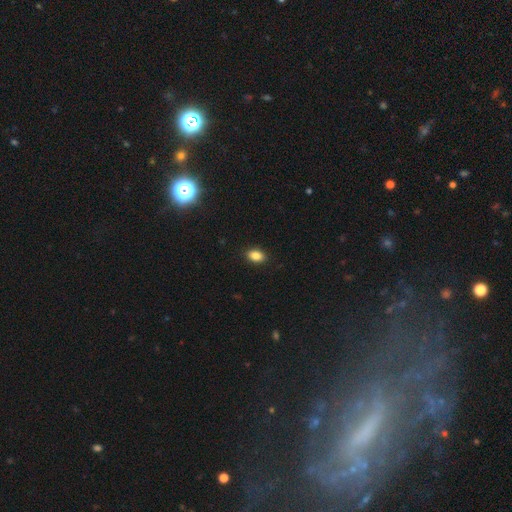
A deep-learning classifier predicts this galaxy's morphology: type=smooth (86%); roundness=in between (84%); merging=none (89%).